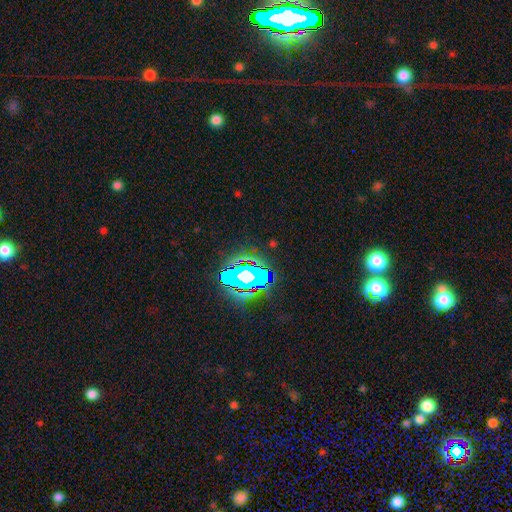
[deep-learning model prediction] Overall: star or artifact (76%).